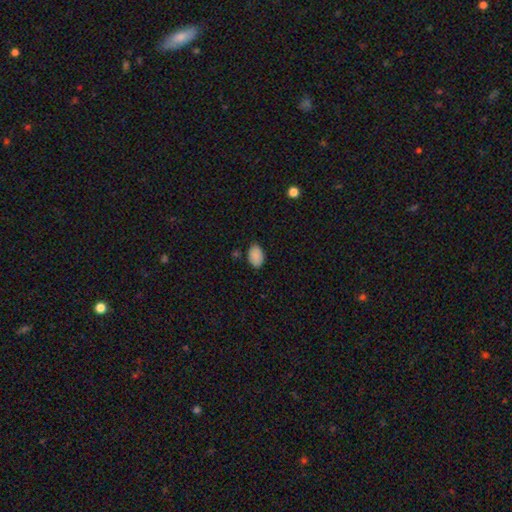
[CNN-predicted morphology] A smooth galaxy with no disk features (88%) that is in between round and cigar-shaped (88%). Merging: none (79%).